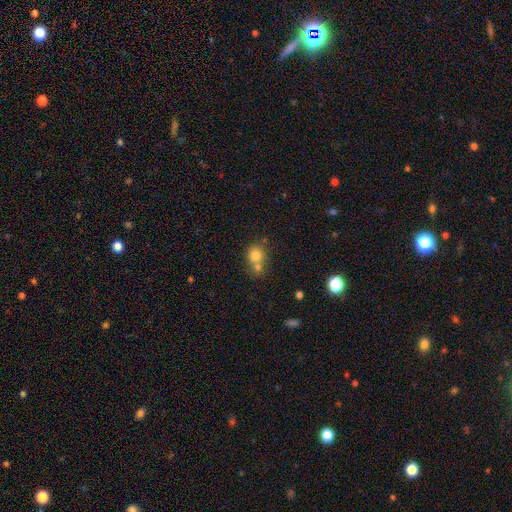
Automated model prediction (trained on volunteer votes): This is likely a smooth galaxy (76%). How rounded: likely round (70%). Merging: possibly merger (46%).